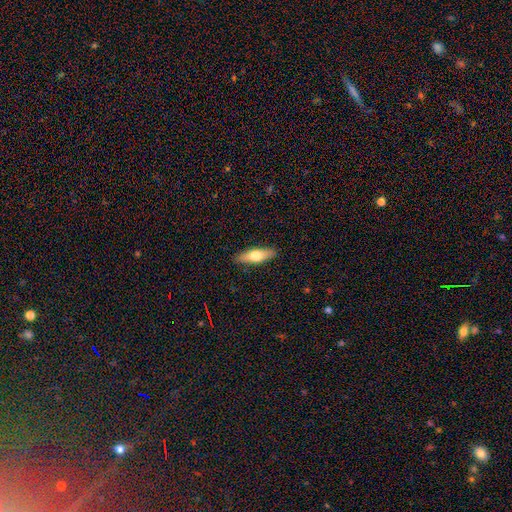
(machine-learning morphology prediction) smooth-or-featured: smooth: 59% | featured or disk: 35% | star or artifact: 6%
  how-rounded: cigar-shaped: 51% | in between: 47% | round: 2%
  merging: none: 89% | minor disturbance: 8% | major disturbance: 2% | merger: 1%